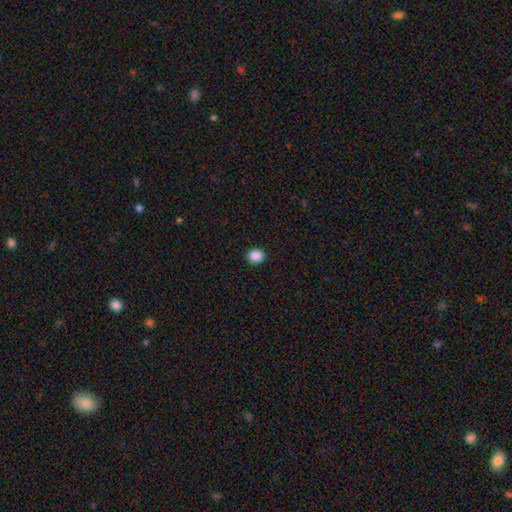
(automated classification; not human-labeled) This is clearly a smooth galaxy (88%). How rounded: likely round (69%). Merging: clearly none (92%).